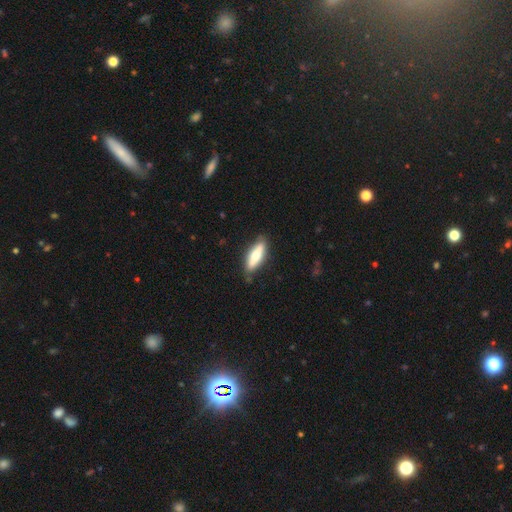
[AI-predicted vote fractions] smooth_or_featured: smooth (p=0.67) [alt: featured or disk p=0.28]
how_rounded: in between (p=0.53) [alt: cigar-shaped p=0.45]
merging: none (p=0.82) [alt: minor disturbance p=0.14]